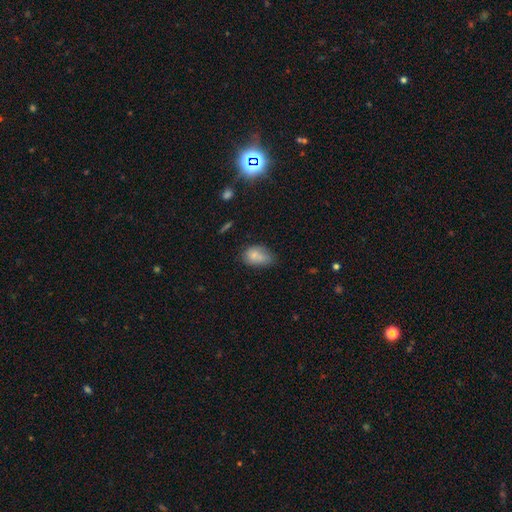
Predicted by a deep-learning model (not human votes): Q: Smooth or featured?
A: smooth (76%); runner-up: featured or disk (14%)
Q: How rounded?
A: in between (85%); runner-up: round (13%)
Q: Merging?
A: none (45%); runner-up: minor disturbance (33%)